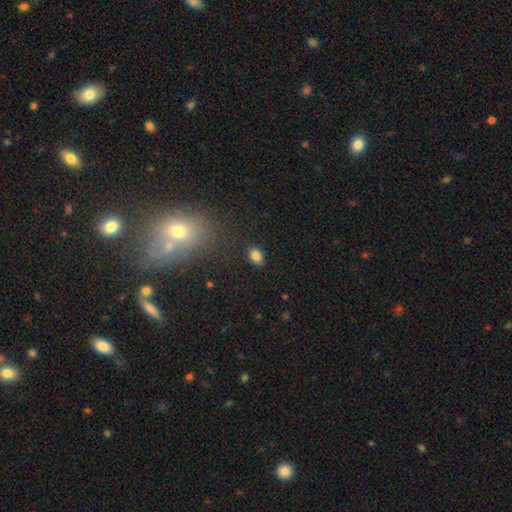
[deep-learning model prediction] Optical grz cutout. It shows a smooth galaxy with no disk features (84%) that is in between round and cigar-shaped (82%). Merging: none (86%).